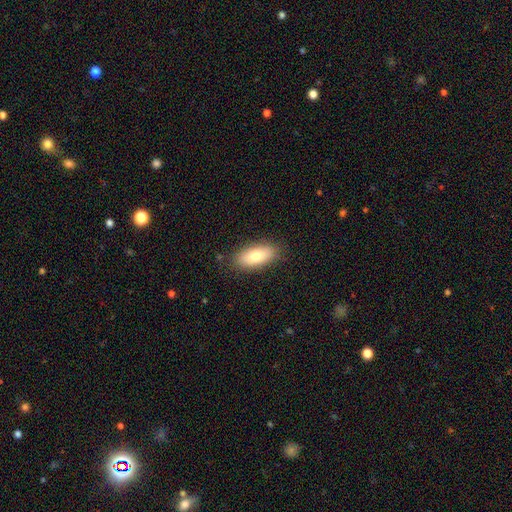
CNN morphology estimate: This appears to be a smooth galaxy with no disk features (80%) that is in between round and cigar-shaped (84%). Merging: none (86%).